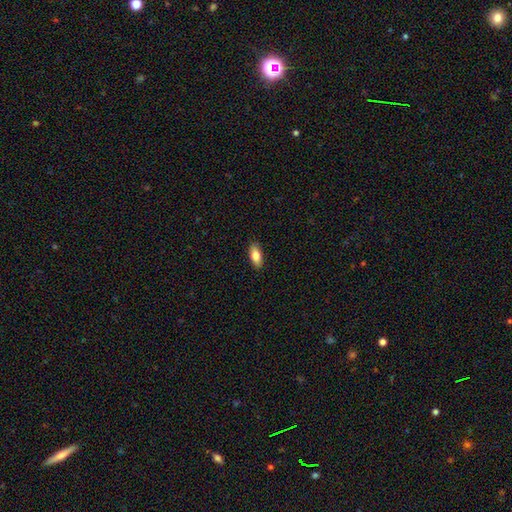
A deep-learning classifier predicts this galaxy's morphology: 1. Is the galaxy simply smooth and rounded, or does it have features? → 81% smooth, 12% featured or disk, 6% star or artifact.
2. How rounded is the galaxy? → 81% in between, 17% cigar-shaped, 2% round.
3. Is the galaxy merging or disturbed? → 89% none, 9% minor disturbance, 2% major disturbance, 1% merger.